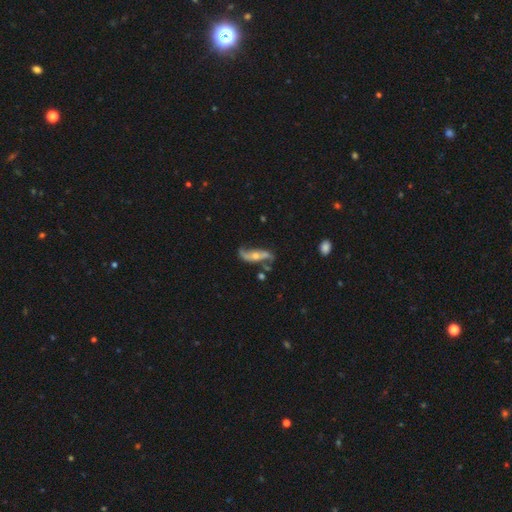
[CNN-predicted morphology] Smooth or featured? featured or disk (80%)
Edge-on disk? no (85%)
Bar? no (56%)
Spiral arms? yes (90%)
Spiral winding? loose (79%)
Spiral arm count? 2 (89%)
Bulge size? moderate (54%)
Merging? none (58%)